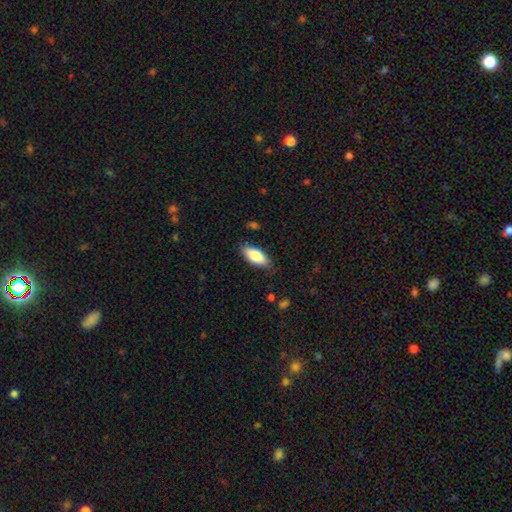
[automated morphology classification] type=smooth (84%); roundness=in between (83%); merging=none (82%).